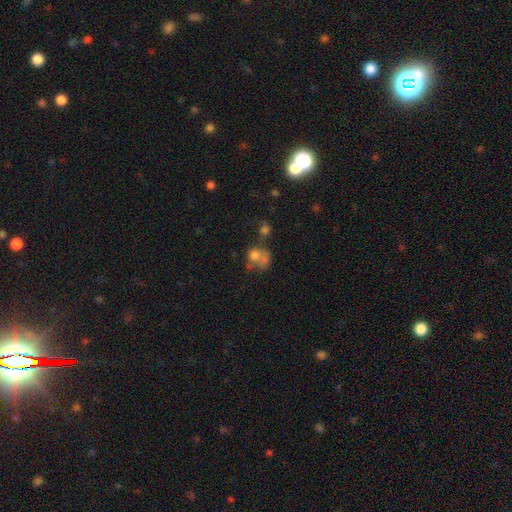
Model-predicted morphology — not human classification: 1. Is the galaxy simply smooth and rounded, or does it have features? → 65% smooth, 20% featured or disk, 15% star or artifact.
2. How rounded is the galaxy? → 69% round, 29% in between, 1% cigar-shaped.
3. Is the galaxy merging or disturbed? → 42% merger, 31% none, 16% major disturbance, 12% minor disturbance.